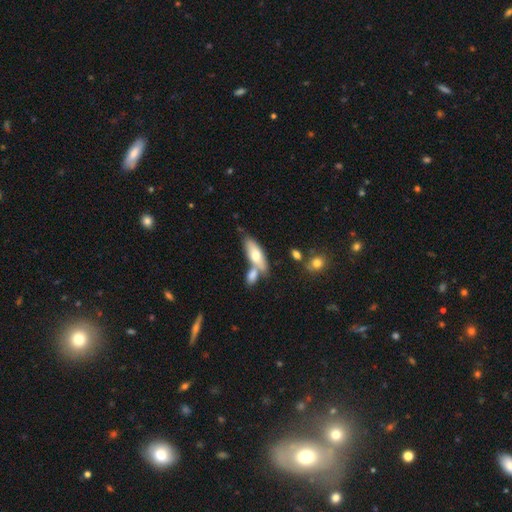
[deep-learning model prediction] A smooth galaxy with no disk features (65%) that is in between round and cigar-shaped (66%). Merging: none (49%).